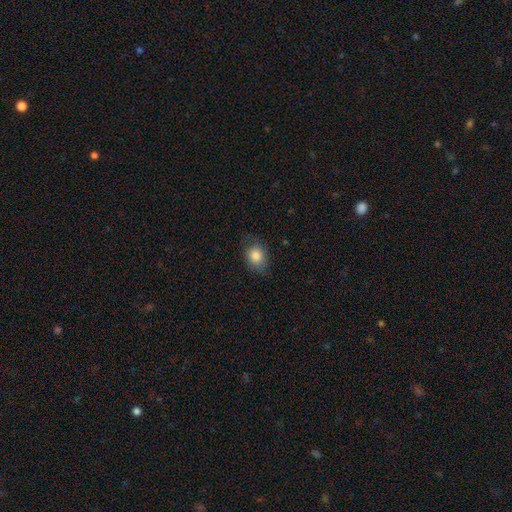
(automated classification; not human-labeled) This appears to be a smooth galaxy with no disk features (83%) that is in between round and cigar-shaped (57%). Merging: none (71%).